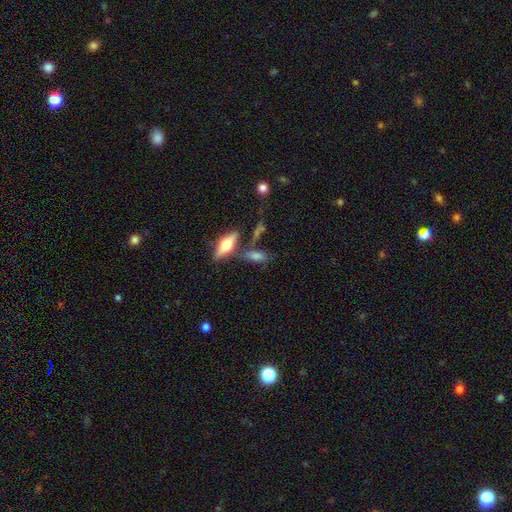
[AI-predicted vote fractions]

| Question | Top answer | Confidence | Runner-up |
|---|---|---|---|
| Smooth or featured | smooth | 60% | featured or disk (30%) |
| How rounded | in between | 62% | cigar-shaped (33%) |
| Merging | none | 57% | merger (21%) |